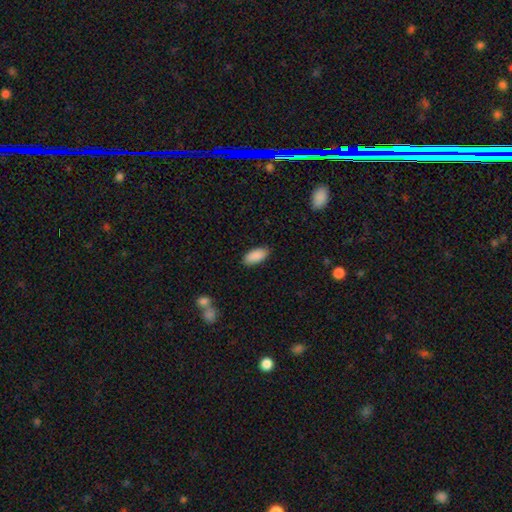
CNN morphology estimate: Q: Smooth or featured?
A: smooth (90%); runner-up: star or artifact (6%)
Q: How rounded?
A: in between (90%); runner-up: cigar-shaped (8%)
Q: Merging?
A: none (86%); runner-up: minor disturbance (10%)